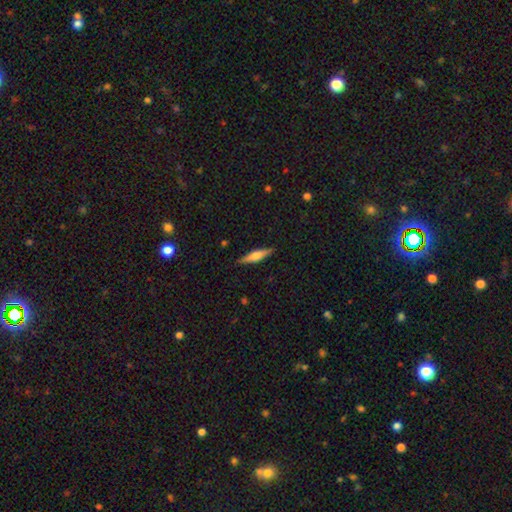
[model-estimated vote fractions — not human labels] smooth_or_featured: featured or disk (p=0.51) [alt: smooth p=0.43]
disk_edge_on: yes (p=0.95) [alt: no p=0.05]
merging: none (p=0.89) [alt: minor disturbance p=0.08]